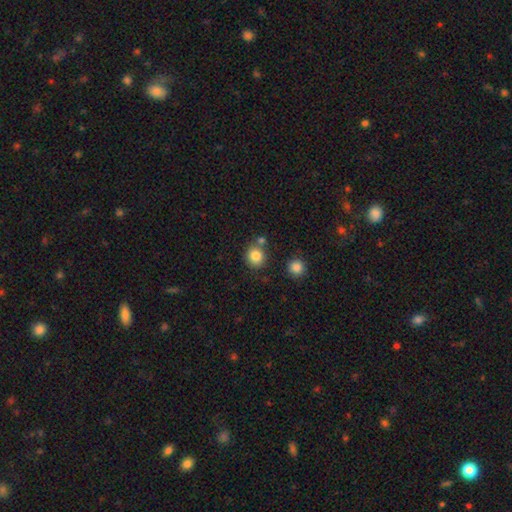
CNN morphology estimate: smooth 84%, star or artifact 10%, featured or disk 6%. Down the decision tree: how rounded — round (87%); merging — none (72%).